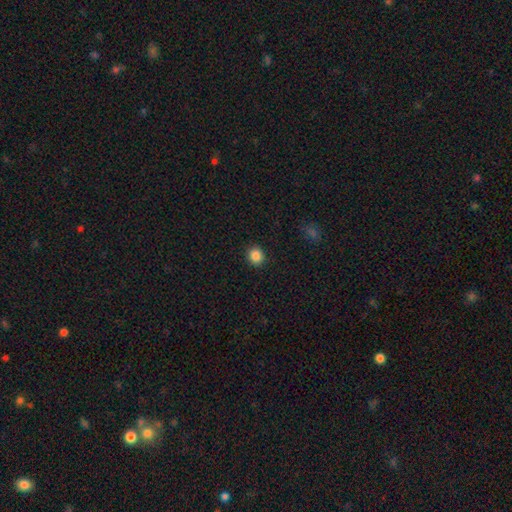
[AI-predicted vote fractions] This appears to be a smooth galaxy with no disk features (86%) that is round (86%). Merging: none (92%).